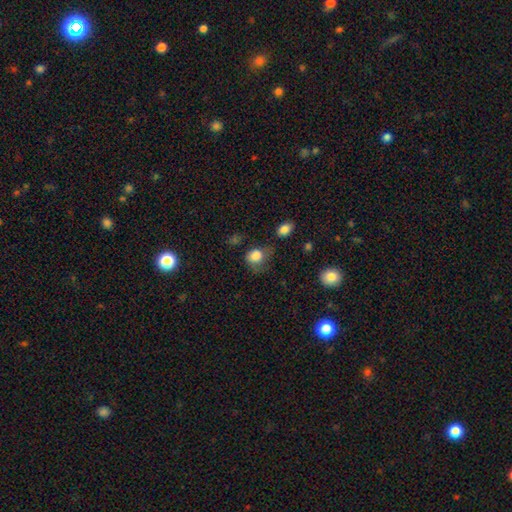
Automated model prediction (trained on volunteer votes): smooth 80%, featured or disk 10%, star or artifact 10%. Down the decision tree: how rounded — round (54%); merging — none (34%).